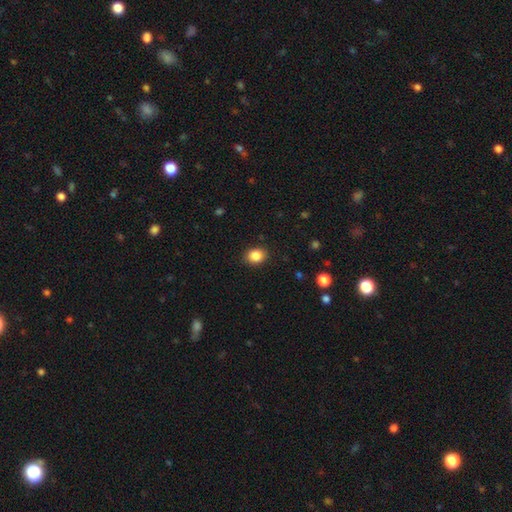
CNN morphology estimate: type=smooth (86%); roundness=round (56%); merging=none (89%).